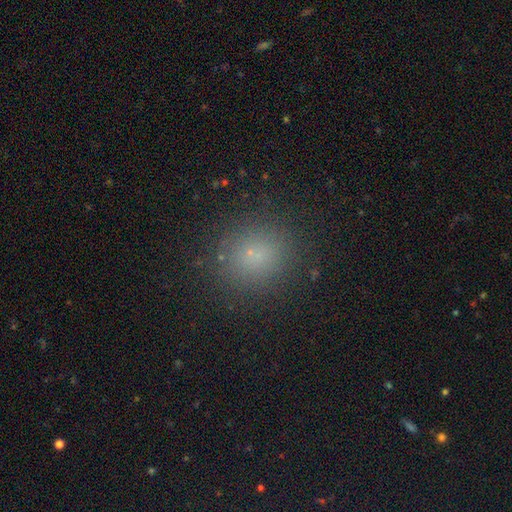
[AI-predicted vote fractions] Smooth or featured: smooth — 74% (star or artifact — 19%)
How rounded: round — 76% (in between — 23%)
Merging: none — 87% (minor disturbance — 8%)